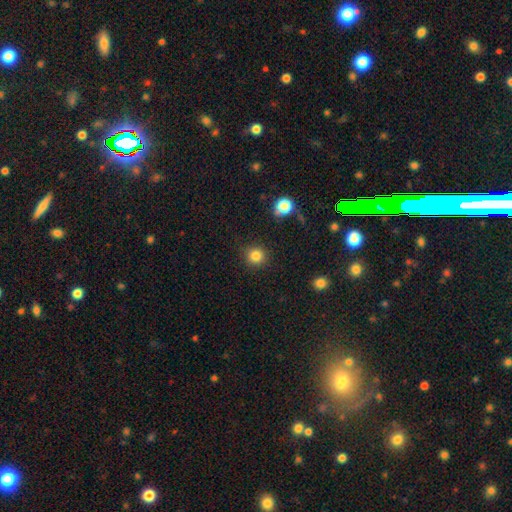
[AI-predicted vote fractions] Q: Smooth or featured?
A: smooth (83%); runner-up: star or artifact (12%)
Q: How rounded?
A: round (93%); runner-up: in between (6%)
Q: Merging?
A: none (90%); runner-up: minor disturbance (6%)